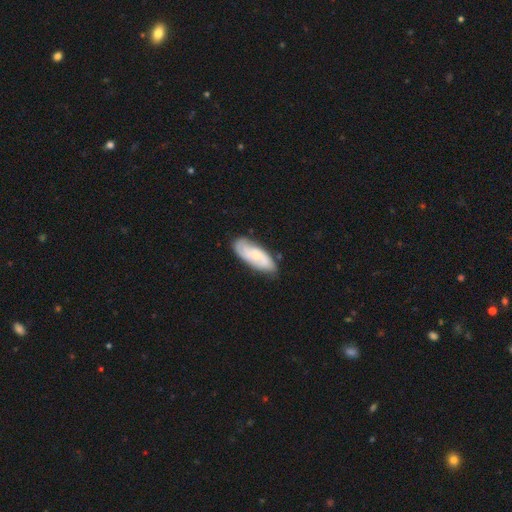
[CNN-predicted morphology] This appears to be a featured or disk galaxy (53%). Merging: none (72%).